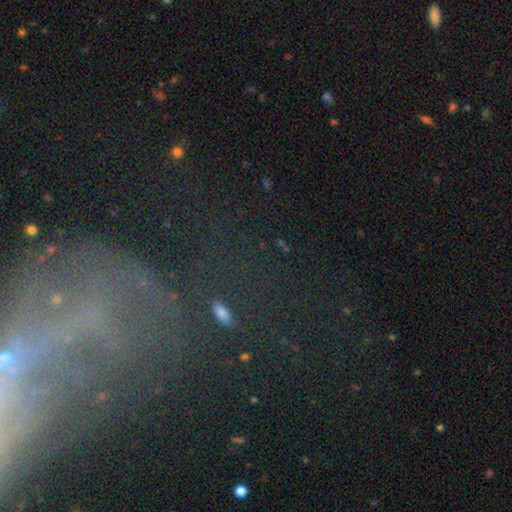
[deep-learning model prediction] Morphology: type=star or artifact (48%).